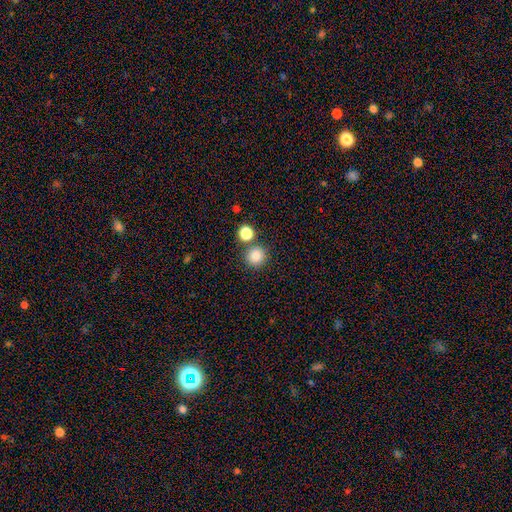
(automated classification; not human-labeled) smooth-or-featured: smooth: 84% | star or artifact: 11% | featured or disk: 5%
  how-rounded: round: 92% | in between: 7% | cigar-shaped: 1%
  merging: none: 74% | merger: 16% | minor disturbance: 7% | major disturbance: 3%